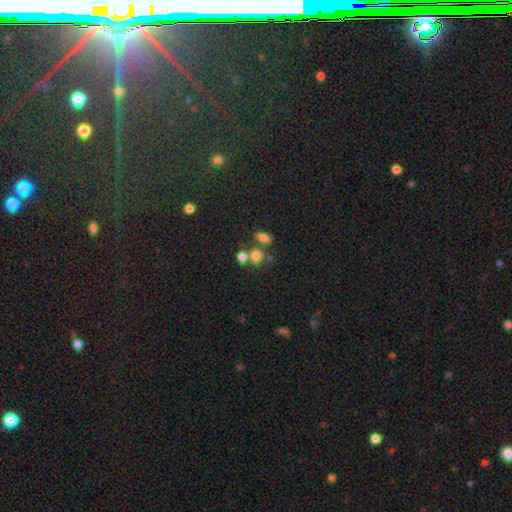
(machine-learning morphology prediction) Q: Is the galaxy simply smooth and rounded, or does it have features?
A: smooth — 75%.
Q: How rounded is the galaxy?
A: round — 74%.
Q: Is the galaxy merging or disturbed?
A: none — 50%.